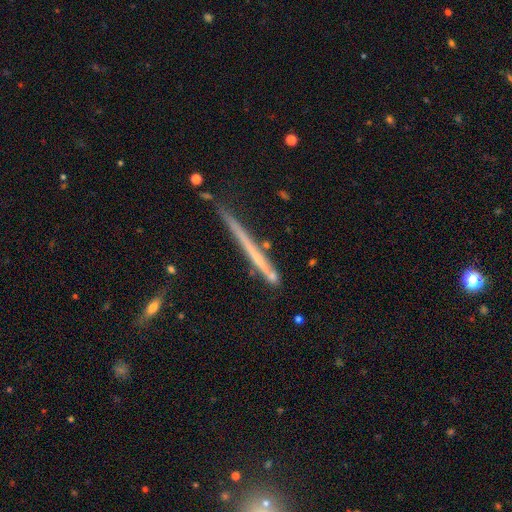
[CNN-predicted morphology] A featured or disk galaxy (55%) viewed edge-on (96%) with no central bulge (91%). Merging: none (73%).